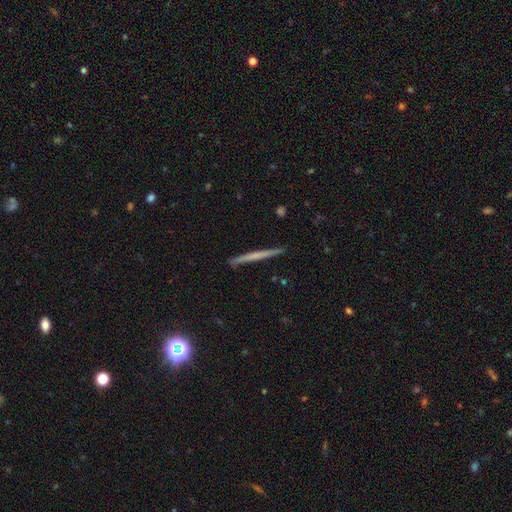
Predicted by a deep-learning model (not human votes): Smooth or featured?
  - featured or disk: 50% *
  - smooth: 44%
  - star or artifact: 6%
Edge-on disk?
  - yes: 98% *
  - no: 2%
Merging?
  - none: 92% *
  - minor disturbance: 6%
  - major disturbance: 1%
  - merger: 1%